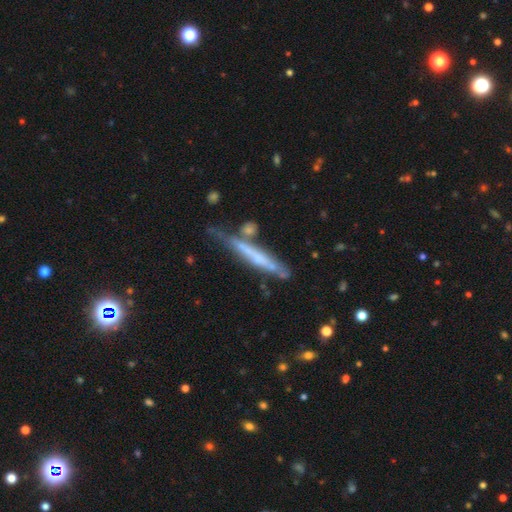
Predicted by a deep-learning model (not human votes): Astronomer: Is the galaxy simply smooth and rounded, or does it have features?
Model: featured or disk — 60%.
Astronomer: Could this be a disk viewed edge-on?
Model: yes — 89%.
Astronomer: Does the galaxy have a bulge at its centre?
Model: none — 60%.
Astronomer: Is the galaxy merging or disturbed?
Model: none — 58%.